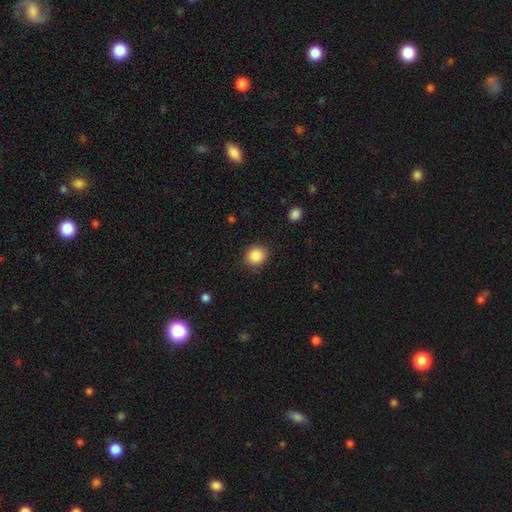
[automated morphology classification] A smooth galaxy with no disk features (87%) that is round (78%).

Vote fractions:
- Smooth or featured? smooth: 87% / star or artifact: 9% / featured or disk: 4%
- How rounded? round: 78% / in between: 21% / cigar-shaped: 1%
- Merging? none: 86% / minor disturbance: 10% / major disturbance: 3% / merger: 1%